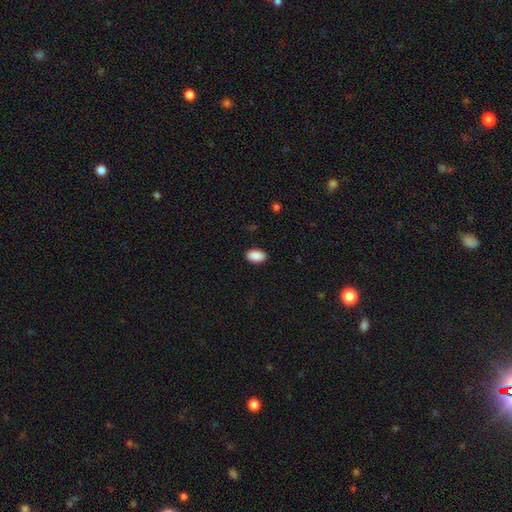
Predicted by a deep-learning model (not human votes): Smooth or featured: smooth — 90% (star or artifact — 7%)
How rounded: in between — 93% (round — 6%)
Merging: none — 89% (minor disturbance — 8%)